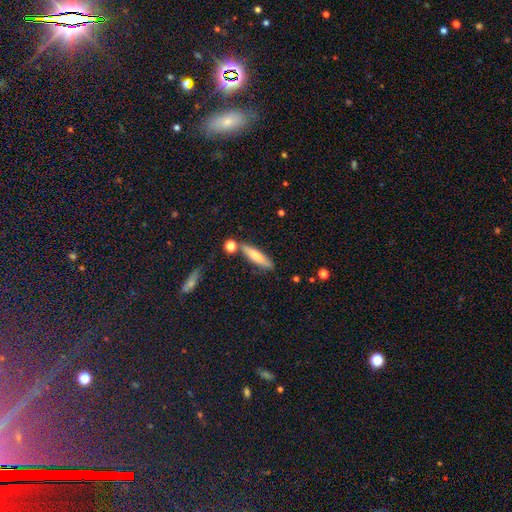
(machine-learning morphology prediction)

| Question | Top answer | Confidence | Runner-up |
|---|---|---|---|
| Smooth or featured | smooth | 68% | featured or disk (26%) |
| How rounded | cigar-shaped | 80% | in between (18%) |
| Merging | none | 74% | minor disturbance (13%) |